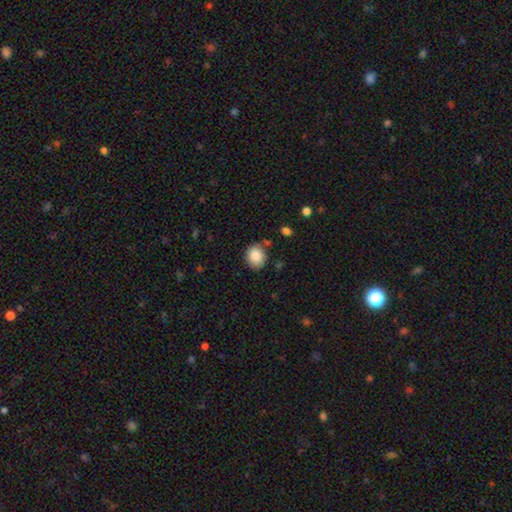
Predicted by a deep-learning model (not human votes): A smooth galaxy with no disk features (87%) that is round (71%). Merging: none (77%).